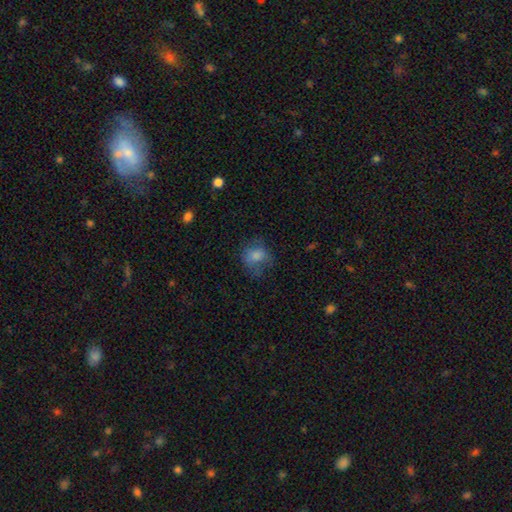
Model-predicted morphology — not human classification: Smooth or featured?
  - smooth: 75% *
  - featured or disk: 14%
  - star or artifact: 11%
How rounded?
  - round: 59% *
  - in between: 40%
  - cigar-shaped: 1%
Merging?
  - none: 50% *
  - minor disturbance: 26%
  - major disturbance: 23%
  - merger: 2%